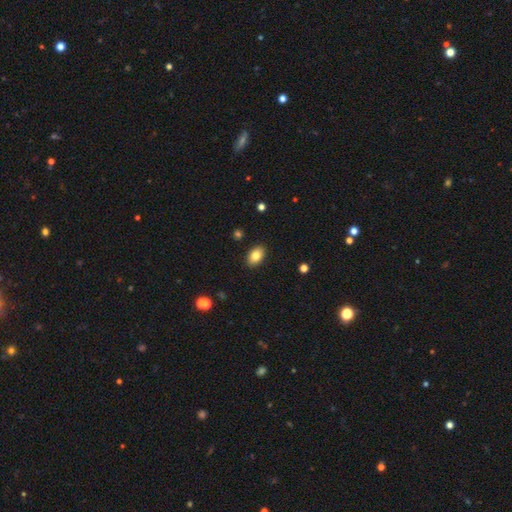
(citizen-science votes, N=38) This appears to be a smooth galaxy with no disk features (87%) that is in between round and cigar-shaped (91%). Merging: none (78%).